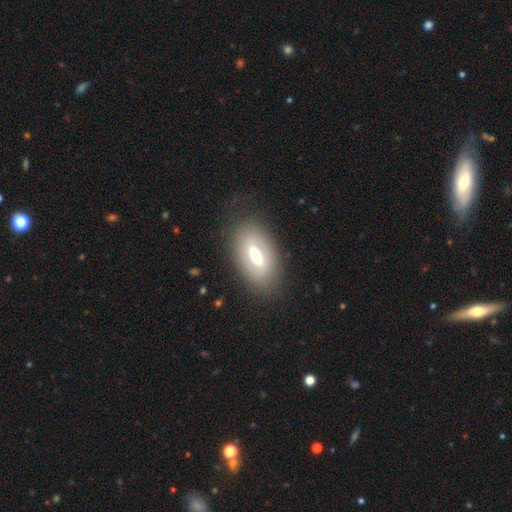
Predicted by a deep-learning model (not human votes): The model was most divided on "smooth or featured": featured or disk: 50%, smooth: 43%, star or artifact: 7%. More confident: edge-on disk — no (82%); merging — none (79%).